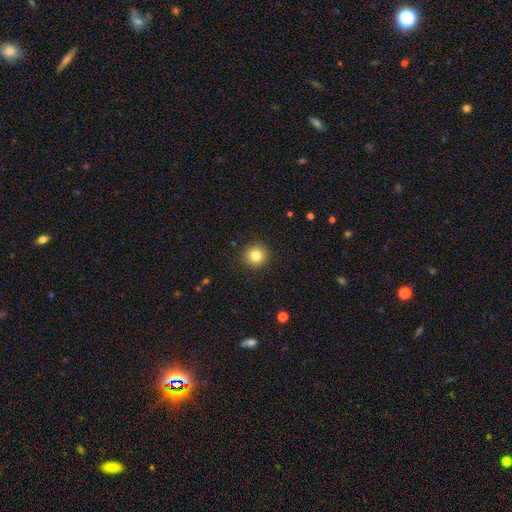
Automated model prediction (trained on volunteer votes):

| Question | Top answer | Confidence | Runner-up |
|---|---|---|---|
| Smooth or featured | smooth | 83% | star or artifact (11%) |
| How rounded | round | 94% | in between (5%) |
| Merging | none | 92% | minor disturbance (6%) |